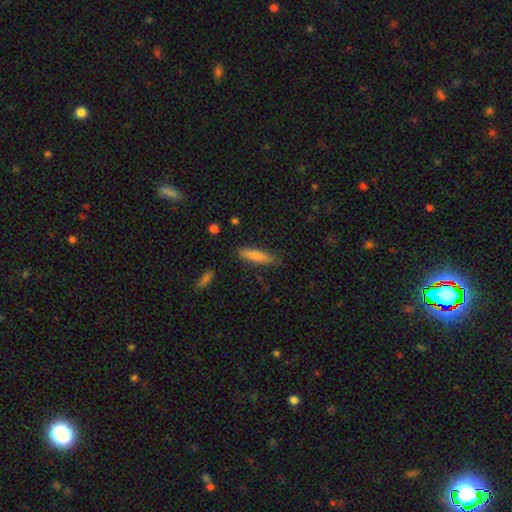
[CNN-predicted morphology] The model was most divided on "how rounded": cigar-shaped: 74%, in between: 24%, round: 2%. More confident: merging — none (83%); smooth or featured — smooth (82%).